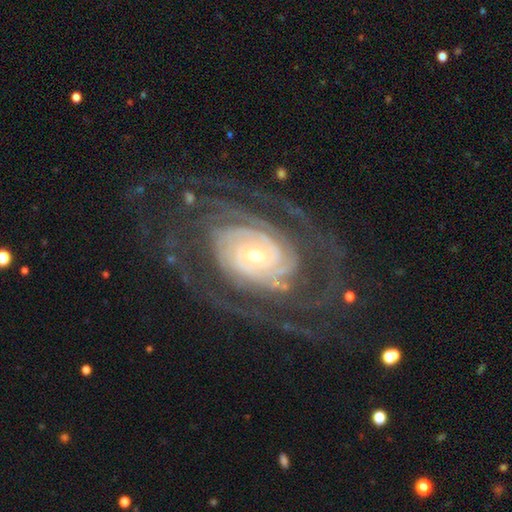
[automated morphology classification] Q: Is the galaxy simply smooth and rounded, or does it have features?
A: featured or disk — 92%.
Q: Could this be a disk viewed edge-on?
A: no — 96%.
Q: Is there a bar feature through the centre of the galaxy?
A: no — 60%.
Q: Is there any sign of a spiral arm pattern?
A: yes — 98%.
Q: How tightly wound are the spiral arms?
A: tight — 76%.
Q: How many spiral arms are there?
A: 2 — 25%.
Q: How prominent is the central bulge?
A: small — 57%.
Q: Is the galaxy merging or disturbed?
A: none — 74%.